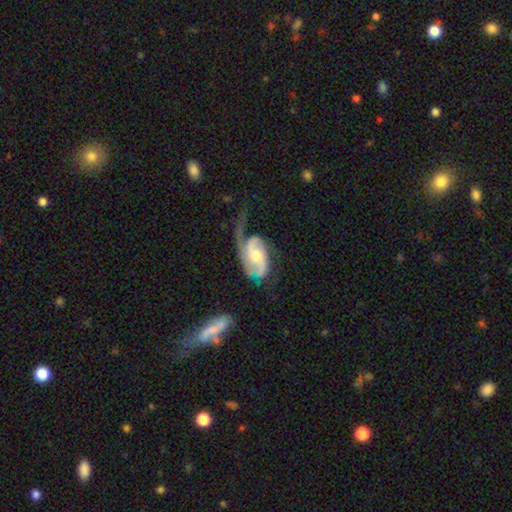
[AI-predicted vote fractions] smooth_or_featured: featured or disk (p=0.83) [alt: smooth p=0.12]
disk_edge_on: no (p=0.96) [alt: yes p=0.04]
bar: no (p=0.58) [alt: weak p=0.34]
has_spiral_arms: yes (p=0.94) [alt: no p=0.06]
spiral_winding: medium (p=0.41) [alt: loose p=0.34]
spiral_arm_count: 2 (p=0.59) [alt: 1 p=0.26]
bulge_size: moderate (p=0.56) [alt: small p=0.27]
merging: major disturbance (p=0.44) [alt: none p=0.30]